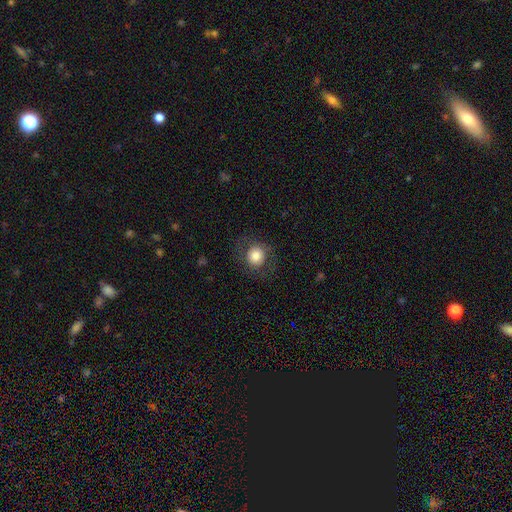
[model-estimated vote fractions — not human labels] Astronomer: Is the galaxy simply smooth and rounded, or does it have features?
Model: smooth — 77%.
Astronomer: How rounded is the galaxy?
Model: round — 87%.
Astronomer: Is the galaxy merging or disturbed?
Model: none — 79%.